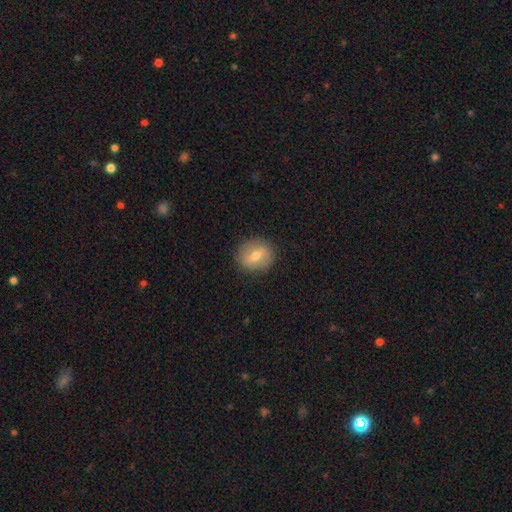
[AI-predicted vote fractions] Q: Smooth or featured?
A: smooth (57%); runner-up: featured or disk (35%)
Q: How rounded?
A: round (78%); runner-up: in between (21%)
Q: Merging?
A: none (87%); runner-up: minor disturbance (9%)